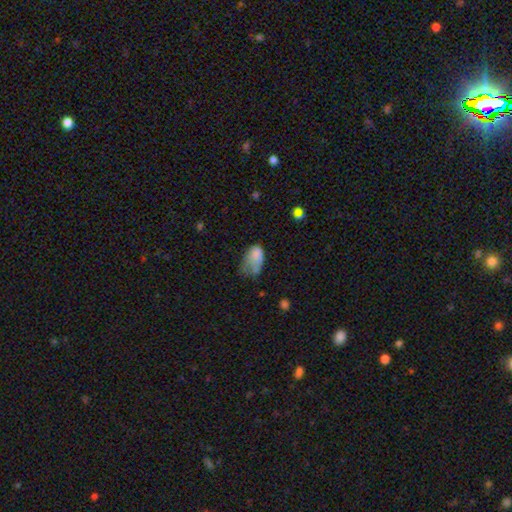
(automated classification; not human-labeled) A smooth galaxy with no disk features (72%) that is in between round and cigar-shaped (88%).

Vote fractions:
- Smooth or featured? smooth: 72% / featured or disk: 18% / star or artifact: 10%
- How rounded? in between: 88% / round: 10% / cigar-shaped: 2%
- Merging? major disturbance: 41% / minor disturbance: 34% / none: 19% / merger: 6%